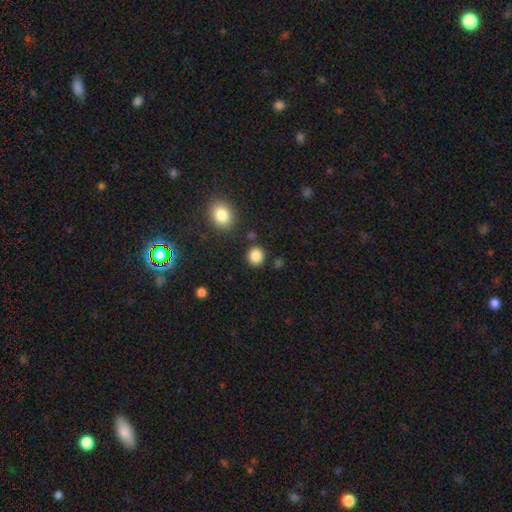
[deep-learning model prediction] smooth-or-featured: smooth: 86% | star or artifact: 10% | featured or disk: 4%
  how-rounded: round: 82% | in between: 17% | cigar-shaped: 1%
  merging: none: 86% | minor disturbance: 8% | merger: 4% | major disturbance: 3%